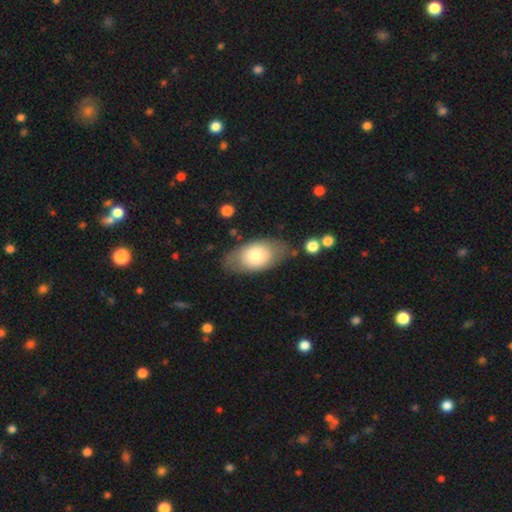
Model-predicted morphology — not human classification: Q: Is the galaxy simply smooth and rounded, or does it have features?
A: smooth — 70%.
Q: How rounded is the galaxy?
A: in between — 90%.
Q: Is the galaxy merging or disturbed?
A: none — 73%.